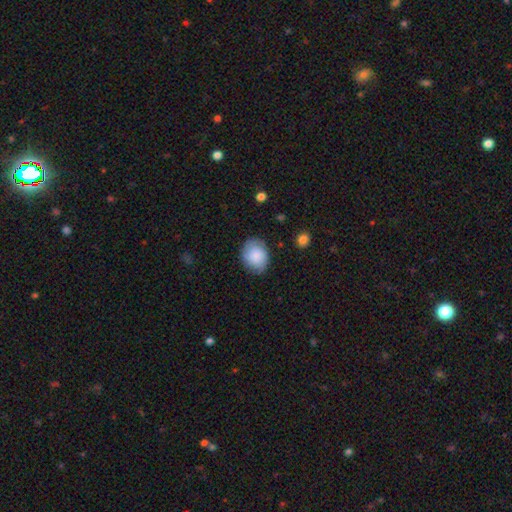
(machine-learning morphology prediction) This appears to be a smooth galaxy with no disk features (83%) that is in between round and cigar-shaped (51%). Merging: none (77%).